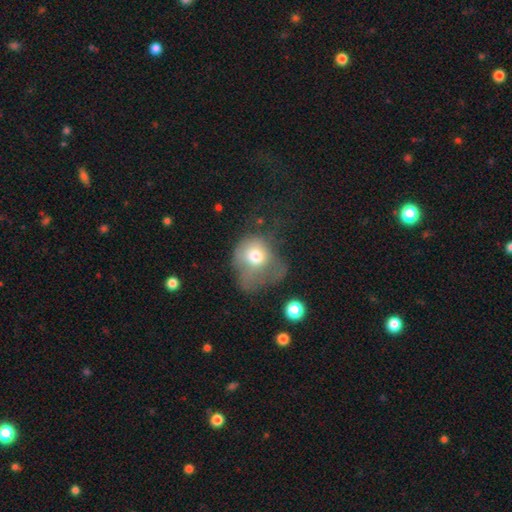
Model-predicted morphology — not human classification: A smooth galaxy with no disk features (67%) that is round (69%). Merging: major disturbance (55%).